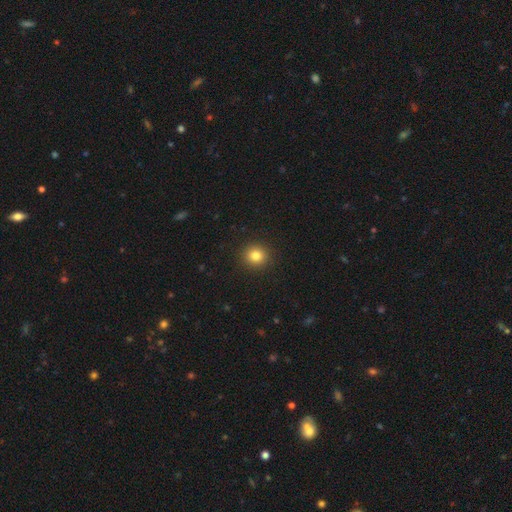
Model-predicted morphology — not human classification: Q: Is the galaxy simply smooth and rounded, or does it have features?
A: smooth — 83%.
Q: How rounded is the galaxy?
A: round — 89%.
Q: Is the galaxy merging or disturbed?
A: none — 92%.